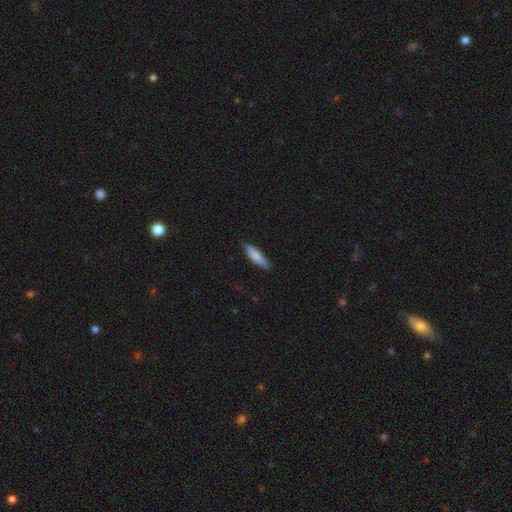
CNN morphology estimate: Smooth or featured? smooth (81%)
How rounded? cigar-shaped (67%)
Merging? none (84%)